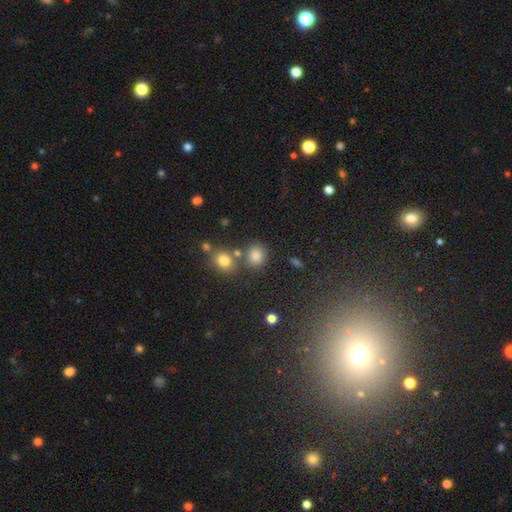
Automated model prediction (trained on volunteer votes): The model was most divided on "merging": none: 72%, merger: 14%, minor disturbance: 10%, major disturbance: 4%. More confident: how rounded — round (80%); smooth or featured — smooth (80%).